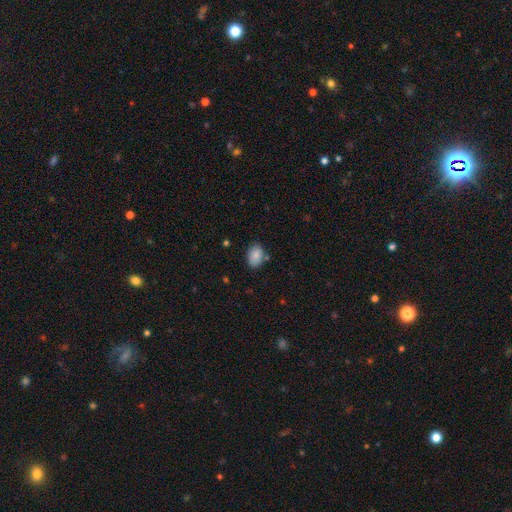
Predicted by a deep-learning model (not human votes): smooth 86%, star or artifact 8%, featured or disk 6%. Down the decision tree: how rounded — in between (84%); merging — none (75%).